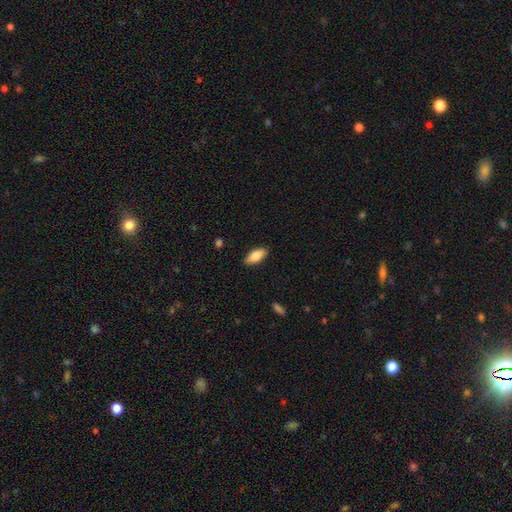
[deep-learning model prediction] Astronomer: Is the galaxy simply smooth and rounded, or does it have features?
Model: smooth — 79%.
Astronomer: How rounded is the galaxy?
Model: in between — 82%.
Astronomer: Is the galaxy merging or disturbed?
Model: none — 88%.